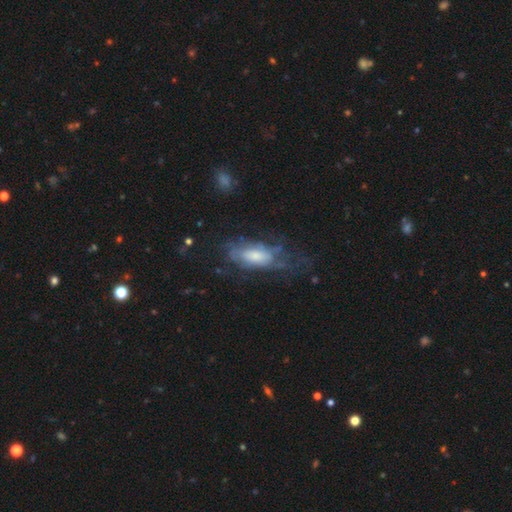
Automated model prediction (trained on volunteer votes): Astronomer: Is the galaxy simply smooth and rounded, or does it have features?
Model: featured or disk — 54% (runner-up: smooth, 37%).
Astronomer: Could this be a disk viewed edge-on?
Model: no — 85%.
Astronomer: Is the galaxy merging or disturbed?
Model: none — 46% (runner-up: major disturbance, 26%).